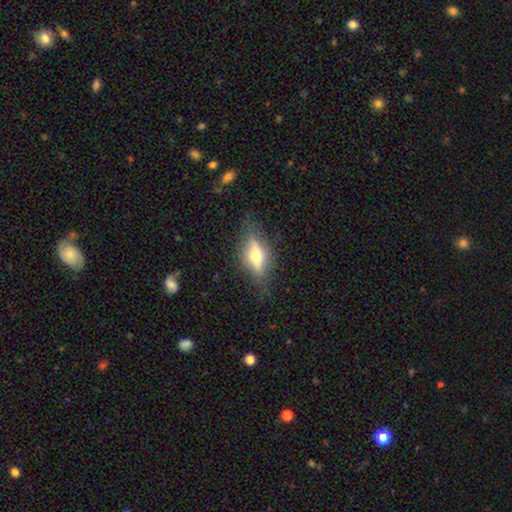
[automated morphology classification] smooth-or-featured: featured or disk: 57% | smooth: 35% | star or artifact: 8%
  disk-edge-on: yes: 82% | no: 18%
  merging: none: 78% | minor disturbance: 15% | major disturbance: 6% | merger: 1%